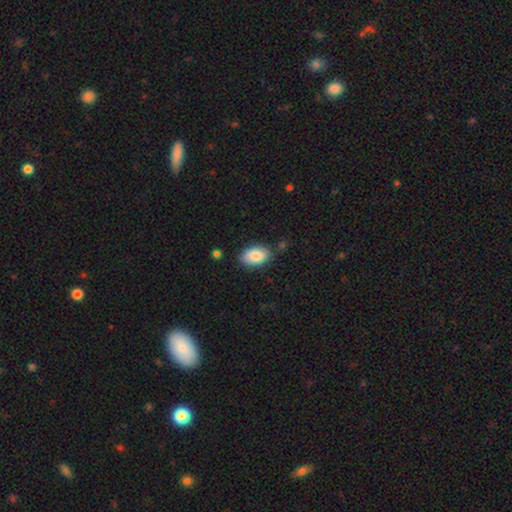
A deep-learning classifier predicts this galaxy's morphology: Q: Smooth or featured?
A: smooth (83%); runner-up: featured or disk (10%)
Q: How rounded?
A: in between (92%); runner-up: round (7%)
Q: Merging?
A: none (77%); runner-up: minor disturbance (17%)